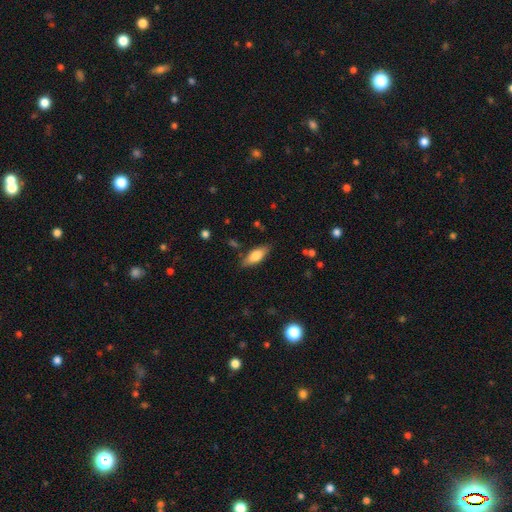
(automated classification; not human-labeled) Smooth or featured? Predicted: smooth (p=0.70). How rounded? Predicted: in between (p=0.72). Merging? Predicted: none (p=0.83).